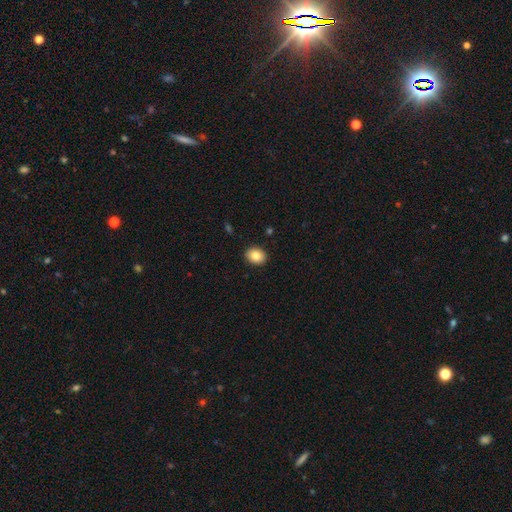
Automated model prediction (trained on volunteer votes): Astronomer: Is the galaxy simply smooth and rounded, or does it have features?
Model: smooth — 84%.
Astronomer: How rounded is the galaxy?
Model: in between — 54% (runner-up: round, 45%).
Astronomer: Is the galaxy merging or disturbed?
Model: none — 91%.